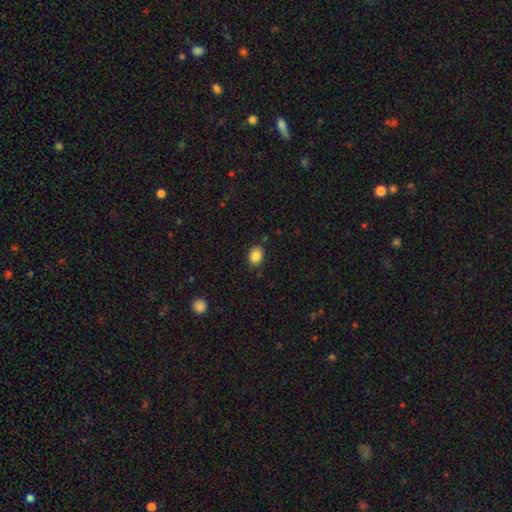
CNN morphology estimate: Smooth or featured?
  - smooth: 86% *
  - star or artifact: 9%
  - featured or disk: 5%
How rounded?
  - in between: 55% *
  - round: 44%
  - cigar-shaped: 1%
Merging?
  - none: 84% *
  - minor disturbance: 12%
  - major disturbance: 3%
  - merger: 2%